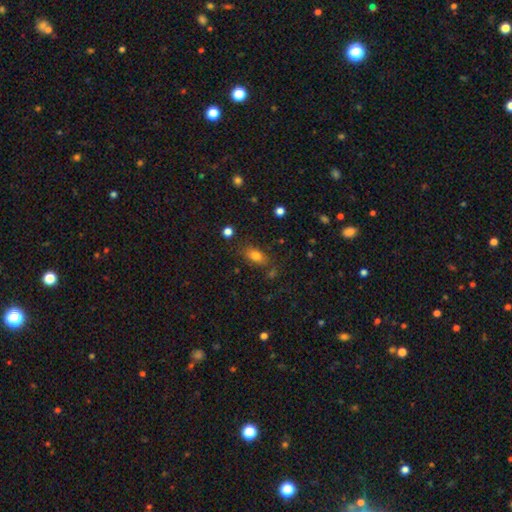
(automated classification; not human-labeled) smooth-or-featured: smooth: 78% | star or artifact: 12% | featured or disk: 11%
  how-rounded: in between: 83% | round: 11% | cigar-shaped: 7%
  merging: none: 73% | minor disturbance: 16% | major disturbance: 6% | merger: 5%